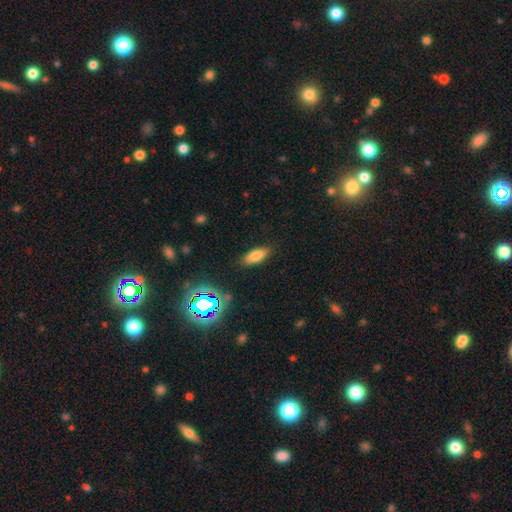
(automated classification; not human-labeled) This is likely a smooth galaxy (76%). How rounded: likely in between (79%). Merging: clearly none (85%).